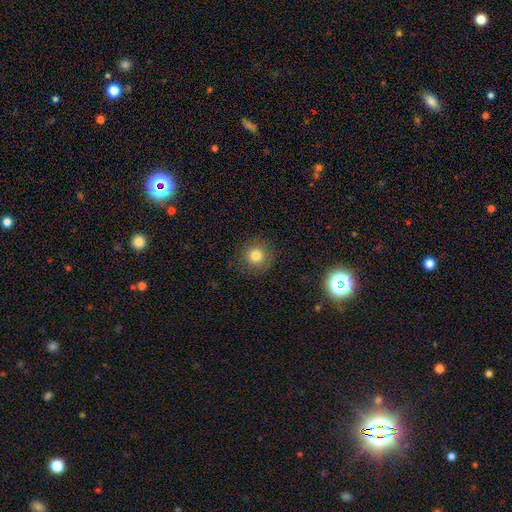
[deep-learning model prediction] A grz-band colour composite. It shows a smooth galaxy with no disk features (80%) that is round (94%). Merging: none (88%).